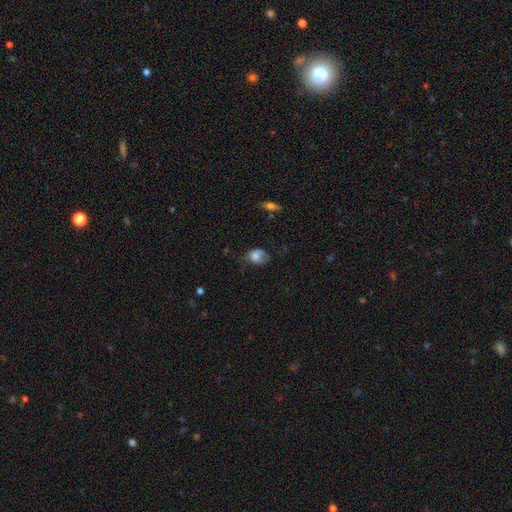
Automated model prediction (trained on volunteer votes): A smooth galaxy with no disk features (71%) that is in between round and cigar-shaped (66%).

Vote fractions:
- Smooth or featured? smooth: 71% / featured or disk: 19% / star or artifact: 9%
- How rounded? in between: 66% / round: 33% / cigar-shaped: 1%
- Merging? minor disturbance: 37% (tied) / none: 37% (tied) / major disturbance: 23% / merger: 3%